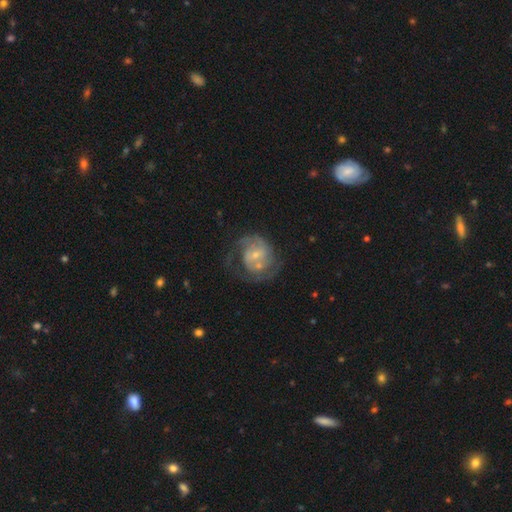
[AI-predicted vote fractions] Q: Smooth or featured?
A: featured or disk (77%); runner-up: smooth (16%)
Q: Edge-on disk?
A: no (98%); runner-up: yes (2%)
Q: Bar?
A: weak (45%); runner-up: no (43%)
Q: Spiral arms?
A: yes (86%); runner-up: no (14%)
Q: Spiral winding?
A: medium (43%); runner-up: tight (40%)
Q: Spiral arm count?
A: 2 (57%); runner-up: can't tell (23%)
Q: Bulge size?
A: small (66%); runner-up: moderate (26%)
Q: Merging?
A: none (46%); runner-up: major disturbance (20%)